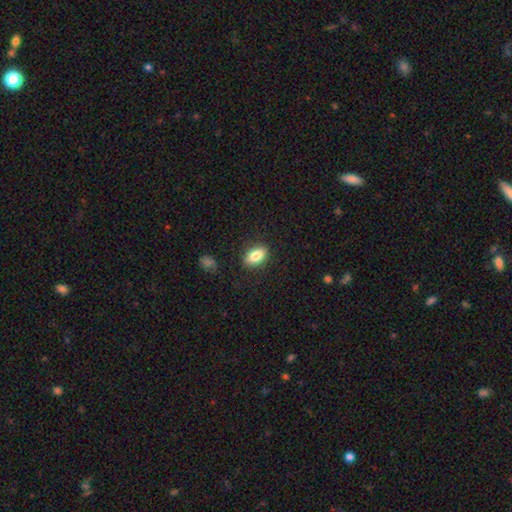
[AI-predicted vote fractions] Overall: smooth (83%). How rounded: in between (87%). Merging: none (86%).